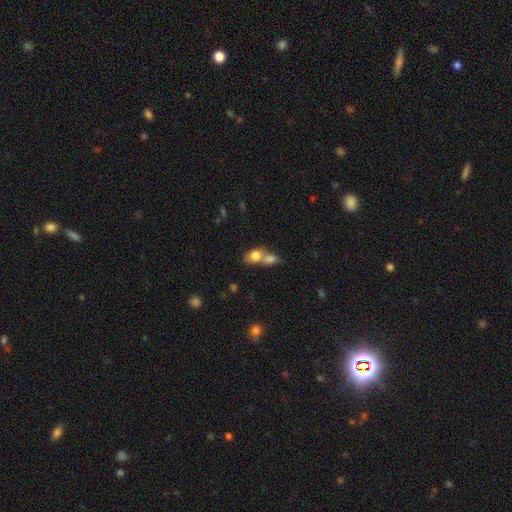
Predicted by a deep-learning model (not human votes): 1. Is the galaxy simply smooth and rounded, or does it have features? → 78% smooth, 13% featured or disk, 8% star or artifact.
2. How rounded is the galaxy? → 66% in between, 32% round, 2% cigar-shaped.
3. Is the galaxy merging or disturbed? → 68% merger, 21% none, 7% minor disturbance, 4% major disturbance.